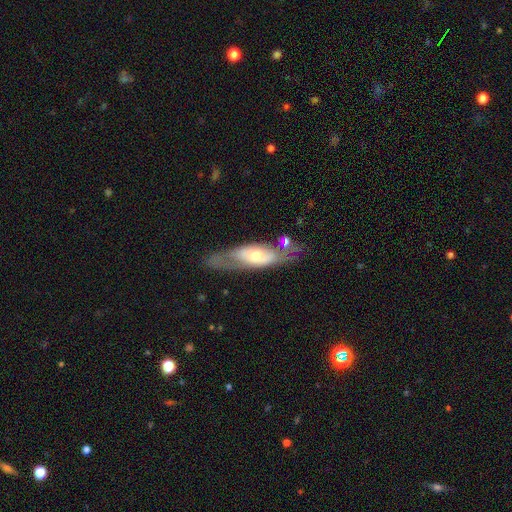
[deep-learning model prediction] featured or disk 60%, smooth 34%, star or artifact 6%. Down the decision tree: edge-on disk — no (67%); merging — none (63%).